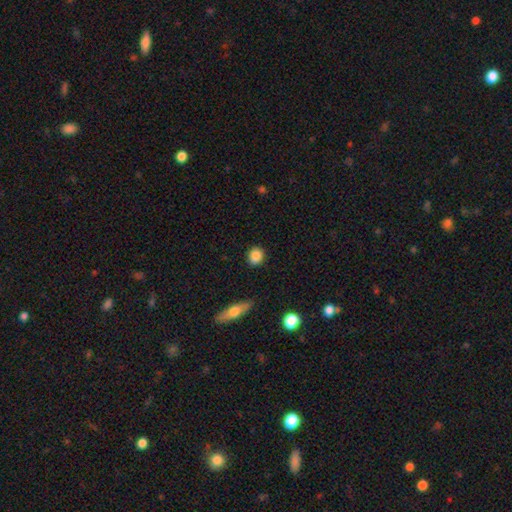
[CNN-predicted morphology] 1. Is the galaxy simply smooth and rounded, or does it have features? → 86% smooth, 8% star or artifact, 5% featured or disk.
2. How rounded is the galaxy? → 74% round, 24% in between, 2% cigar-shaped.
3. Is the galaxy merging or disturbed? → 88% none, 8% minor disturbance, 2% major disturbance, 2% merger.